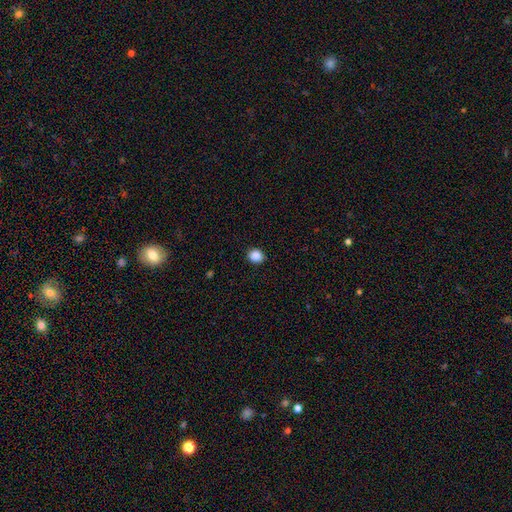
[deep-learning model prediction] smooth 88%, star or artifact 10%, featured or disk 3%. Down the decision tree: how rounded — round (76%); merging — none (91%).